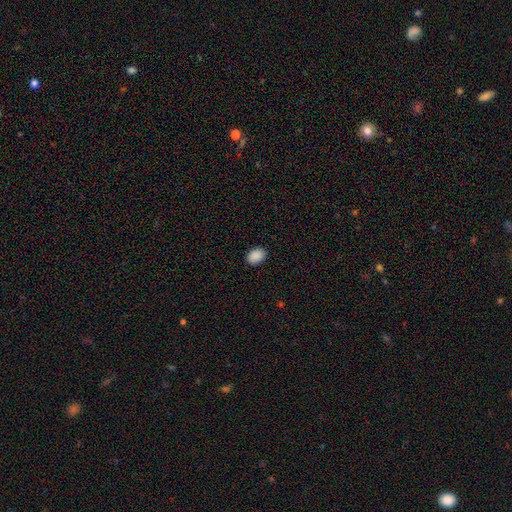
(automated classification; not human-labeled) This is clearly a smooth galaxy (90%). How rounded: likely in between (77%). Merging: clearly none (89%).